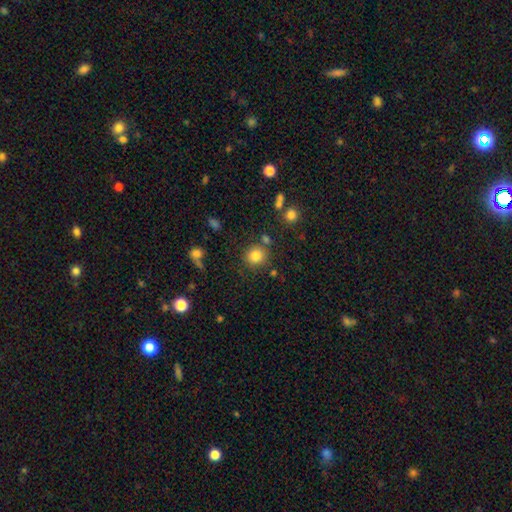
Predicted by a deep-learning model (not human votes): Overall: smooth (82%). How rounded: round (87%). Merging: none (79%).